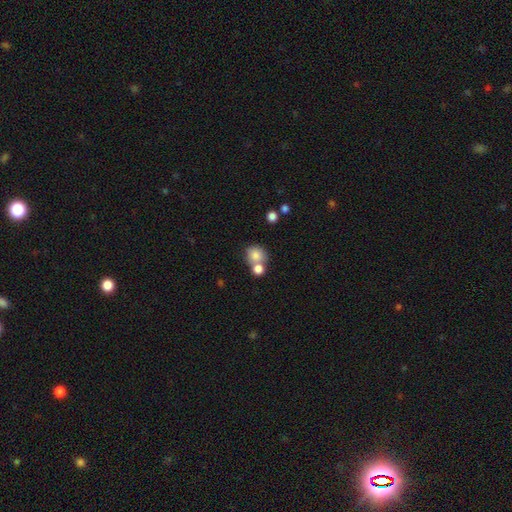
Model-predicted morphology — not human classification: Q: Smooth or featured?
A: smooth (81%); runner-up: star or artifact (10%)
Q: How rounded?
A: round (80%); runner-up: in between (19%)
Q: Merging?
A: none (46%); runner-up: merger (41%)